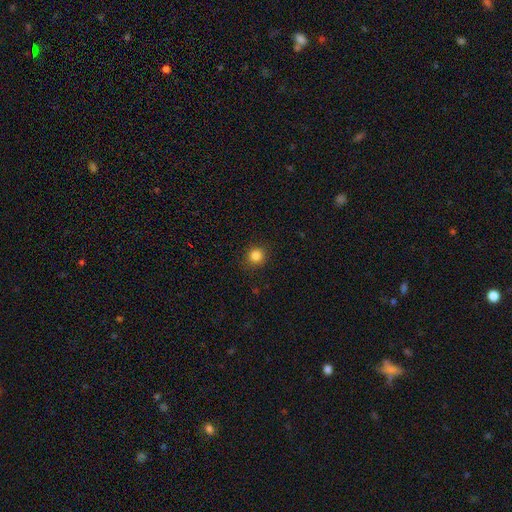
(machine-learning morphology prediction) This is clearly a smooth galaxy (84%). How rounded: clearly round (92%). Merging: clearly none (90%).